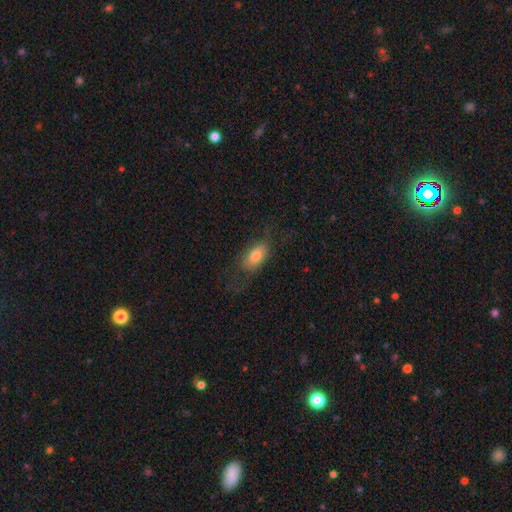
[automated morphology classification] Overall: smooth (73%). How rounded: in between (87%). Merging: none (58%; minor disturbance 21%).